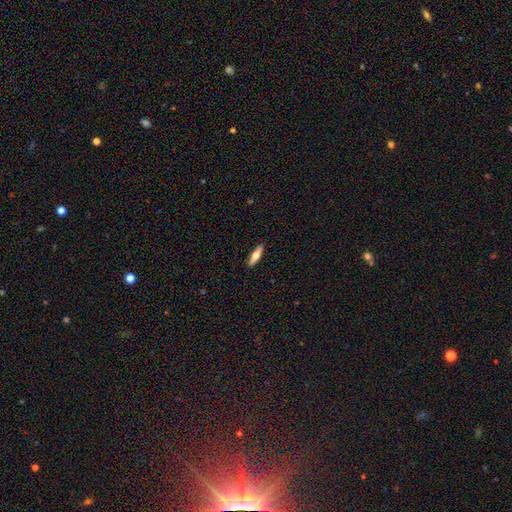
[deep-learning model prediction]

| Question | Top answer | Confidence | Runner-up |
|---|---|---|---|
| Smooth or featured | smooth | 60% | featured or disk (34%) |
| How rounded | cigar-shaped | 65% | in between (32%) |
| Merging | none | 90% | minor disturbance (7%) |